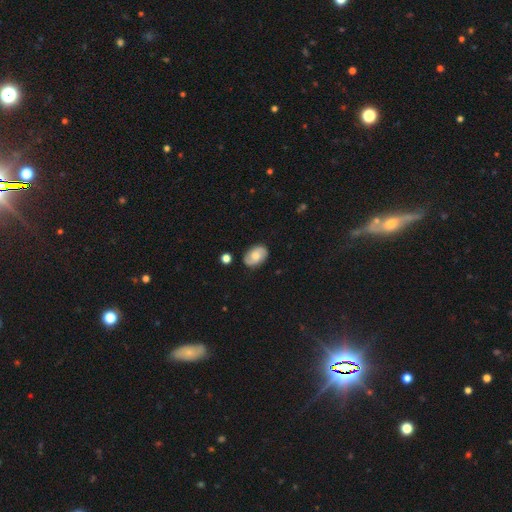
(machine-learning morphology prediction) This appears to be a featured or disk galaxy (52%) with no bar (65%), spiral arms (89%) and a moderate central bulge (53%). Merging: none (82%).